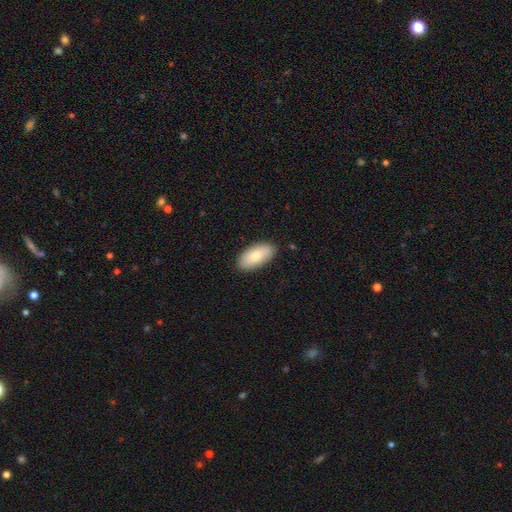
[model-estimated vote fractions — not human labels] This appears to be a smooth galaxy with no disk features (75%) that is in between round and cigar-shaped (93%). Merging: none (88%).